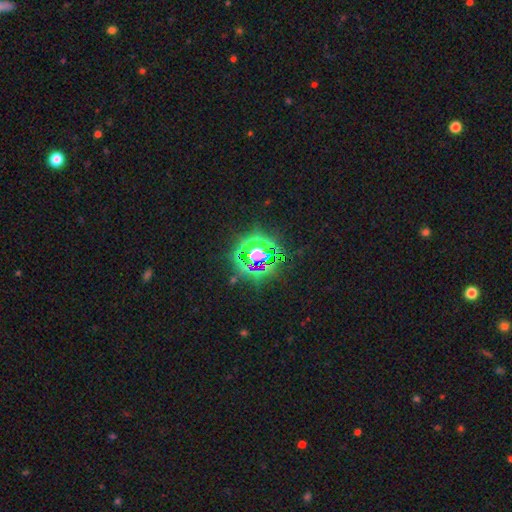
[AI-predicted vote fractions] Smooth or featured? star or artifact (76%)